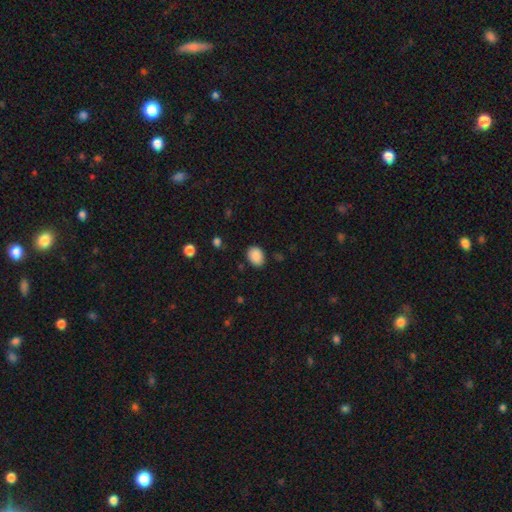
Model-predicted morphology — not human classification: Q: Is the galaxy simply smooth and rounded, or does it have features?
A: smooth — 89%.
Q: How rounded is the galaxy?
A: in between — 63%.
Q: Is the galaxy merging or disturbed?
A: none — 84%.